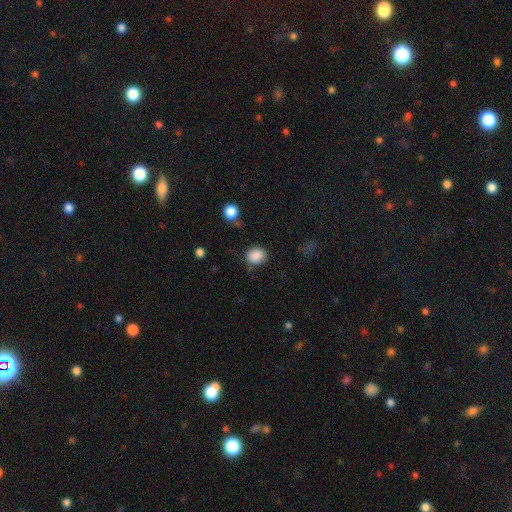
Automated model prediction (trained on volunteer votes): smooth-or-featured: smooth: 87% | star or artifact: 9% | featured or disk: 4%
  how-rounded: round: 71% | in between: 28% | cigar-shaped: 1%
  merging: none: 76% | minor disturbance: 15% | major disturbance: 5% | merger: 4%